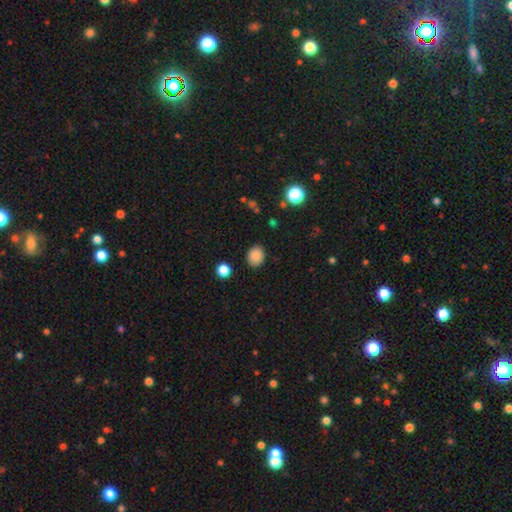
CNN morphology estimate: Overall: smooth (86%). How rounded: round (53%; in between 46%). Merging: none (88%).